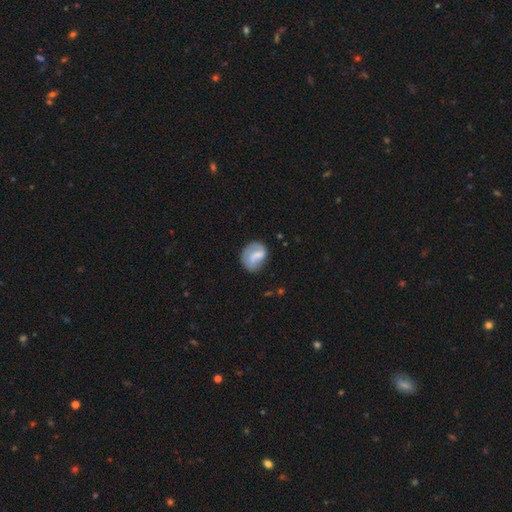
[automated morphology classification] A smooth galaxy with no disk features (48%).

Vote fractions:
- Smooth or featured? smooth: 48% / featured or disk: 45% / star or artifact: 7%
- Merging? none: 54% / minor disturbance: 26% / major disturbance: 17% / merger: 3%